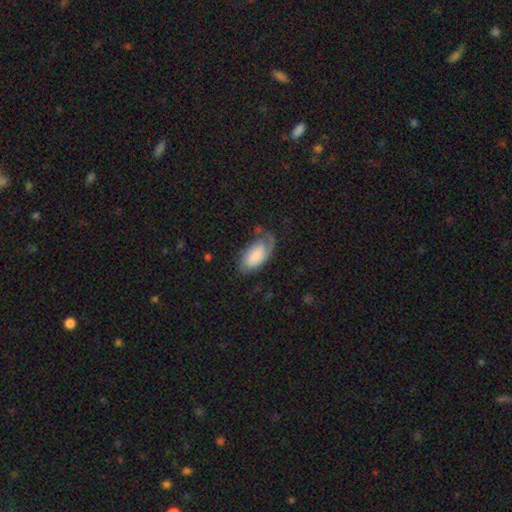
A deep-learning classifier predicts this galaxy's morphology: smooth_or_featured: smooth (p=0.49) [alt: featured or disk p=0.44]
merging: none (p=0.42) [alt: minor disturbance p=0.30]